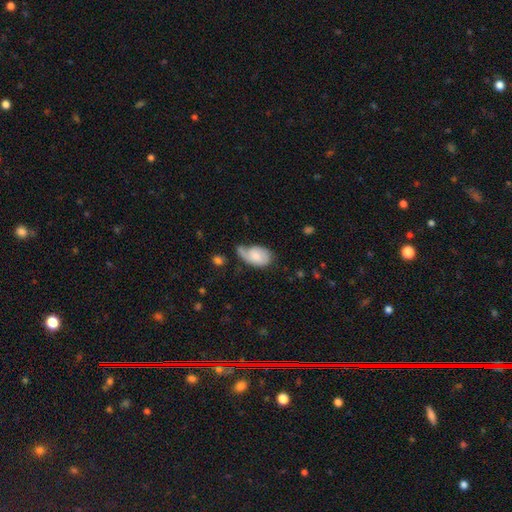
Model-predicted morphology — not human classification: smooth-or-featured: smooth: 57% | featured or disk: 36% | star or artifact: 7%
  how-rounded: in between: 89% | round: 9% | cigar-shaped: 2%
  merging: minor disturbance: 37% | none: 33% | major disturbance: 24% | merger: 6%